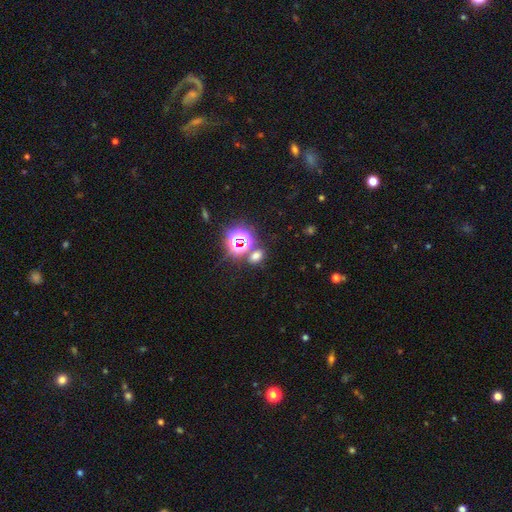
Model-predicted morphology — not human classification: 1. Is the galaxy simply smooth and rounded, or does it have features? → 51% smooth, 41% star or artifact, 8% featured or disk.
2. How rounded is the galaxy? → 67% in between, 31% round, 3% cigar-shaped.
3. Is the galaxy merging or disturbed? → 72% none, 14% merger, 10% minor disturbance, 4% major disturbance.